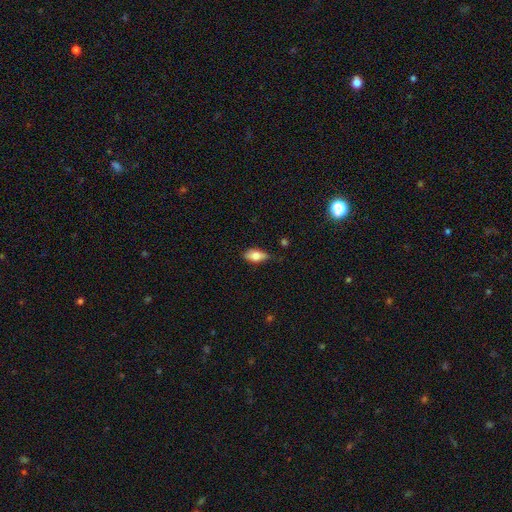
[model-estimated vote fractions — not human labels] Smooth or featured? smooth (77%)
How rounded? in between (86%)
Merging? none (73%)